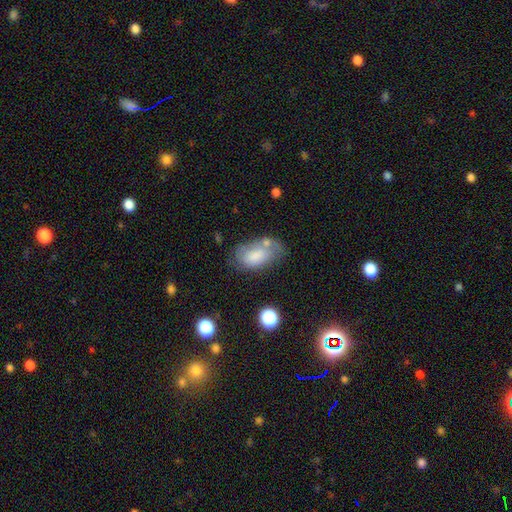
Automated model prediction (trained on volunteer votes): smooth 71%, featured or disk 20%, star or artifact 9%. Down the decision tree: how rounded — in between (93%); merging — none (43%).